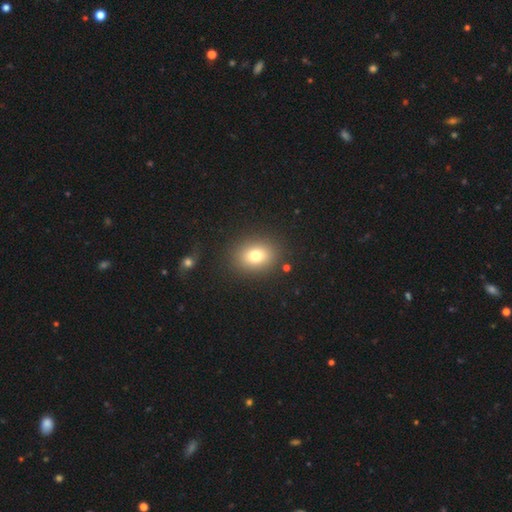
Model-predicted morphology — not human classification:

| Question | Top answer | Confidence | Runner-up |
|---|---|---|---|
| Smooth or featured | smooth | 77% | star or artifact (13%) |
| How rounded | in between | 51% | round (48%) |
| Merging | none | 87% | minor disturbance (8%) |